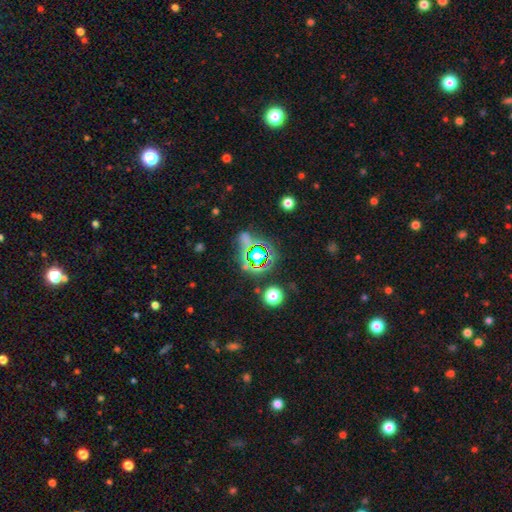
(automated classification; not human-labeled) Smooth or featured? Predicted: star or artifact (p=0.75).